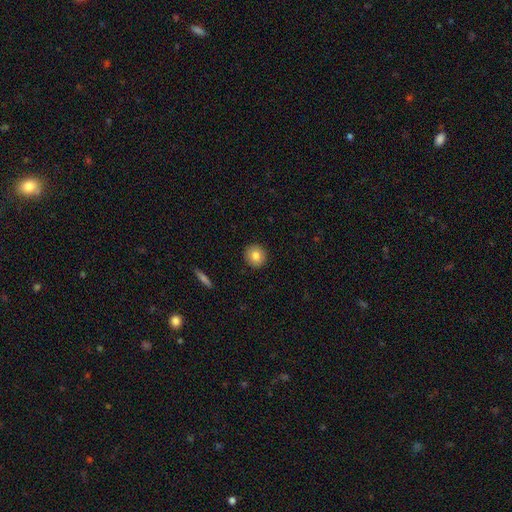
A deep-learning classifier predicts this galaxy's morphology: Smooth or featured? Predicted: smooth (p=0.81). How rounded? Predicted: round (p=0.92). Merging? Predicted: none (p=0.92).